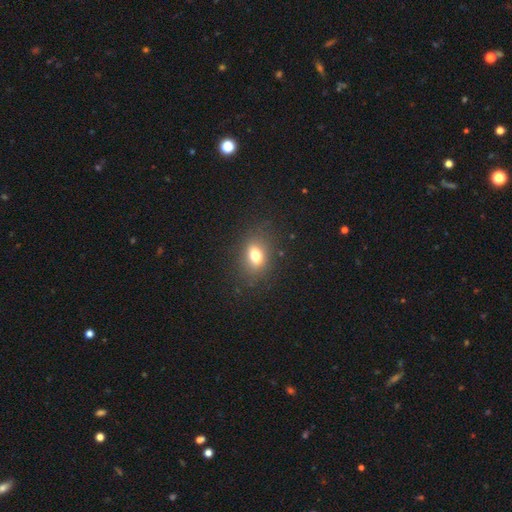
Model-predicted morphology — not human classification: type=smooth (74%); roundness=in between (71%); merging=none (82%).